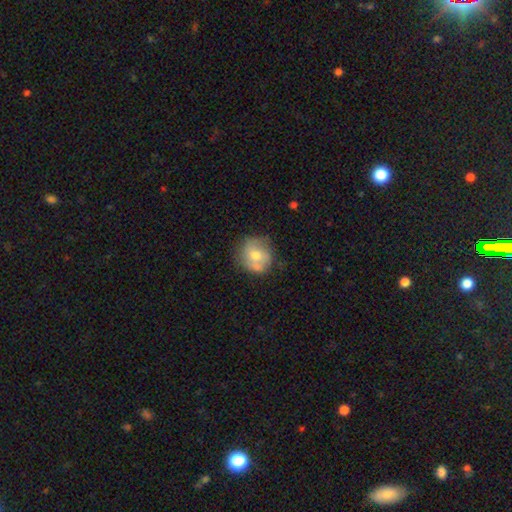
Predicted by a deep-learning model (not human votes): Smooth or featured?
  - smooth: 58% *
  - featured or disk: 34%
  - star or artifact: 8%
How rounded?
  - round: 83% *
  - in between: 16%
  - cigar-shaped: 1%
Merging?
  - none: 62% *
  - minor disturbance: 23%
  - merger: 8%
  - major disturbance: 7%